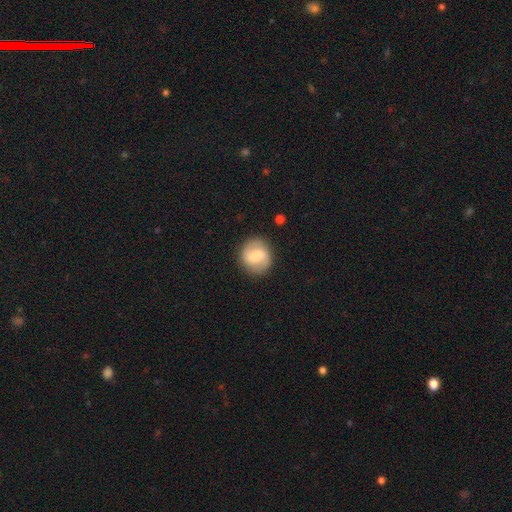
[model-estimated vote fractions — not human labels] This is possibly a featured or disk galaxy (51%). It is clearly not viewed edge-on (97%). Merging: clearly none (85%).